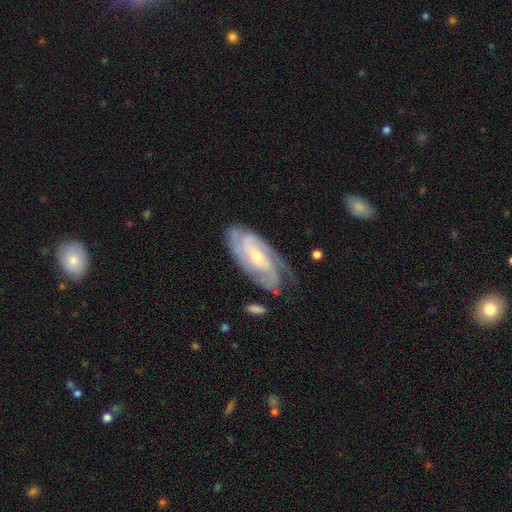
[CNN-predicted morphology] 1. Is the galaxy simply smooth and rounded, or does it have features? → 85% featured or disk, 10% smooth, 5% star or artifact.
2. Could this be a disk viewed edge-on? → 93% no, 7% yes.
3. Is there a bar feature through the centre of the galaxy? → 46% no, 38% weak, 16% strong.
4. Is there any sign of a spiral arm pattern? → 96% yes, 4% no.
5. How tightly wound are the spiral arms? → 60% tight, 32% medium, 8% loose.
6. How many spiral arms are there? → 27% 2 (tied), 27% can't tell (tied), 24% 3, 12% 4, 4% 1, 4% more than 4.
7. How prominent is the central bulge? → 61% small, 35% moderate, 2% large, 1% none, 1% dominant.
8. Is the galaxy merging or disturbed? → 66% none, 23% minor disturbance, 9% major disturbance, 3% merger.